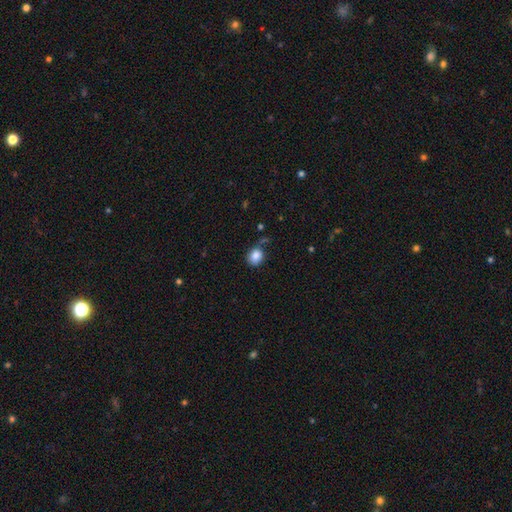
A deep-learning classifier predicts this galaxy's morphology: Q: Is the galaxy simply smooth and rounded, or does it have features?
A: smooth — 86%.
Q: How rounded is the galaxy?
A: round — 69%.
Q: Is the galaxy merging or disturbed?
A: none — 65%.